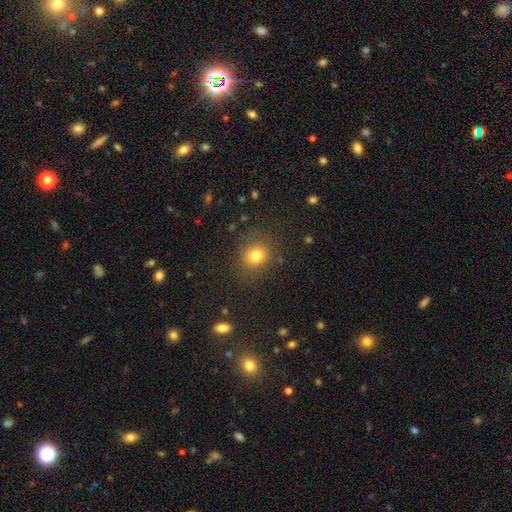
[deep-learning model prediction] smooth 78%, star or artifact 14%, featured or disk 7%. Down the decision tree: how rounded — round (75%); merging — none (82%).